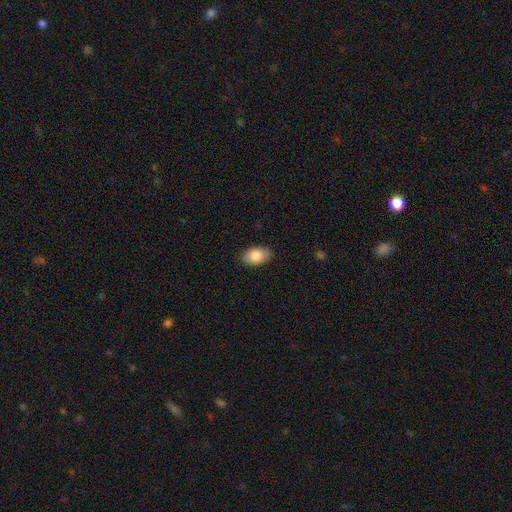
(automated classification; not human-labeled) smooth-or-featured: smooth: 84% | featured or disk: 9% | star or artifact: 7%
  how-rounded: in between: 92% | round: 7% | cigar-shaped: 1%
  merging: none: 88% | minor disturbance: 9% | major disturbance: 2% | merger: 1%